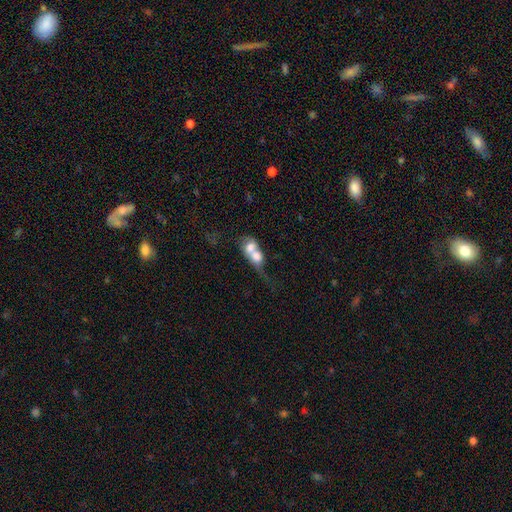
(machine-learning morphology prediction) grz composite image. It shows a smooth galaxy with no disk features (63%) that is round (50%). Merging: merger (80%).